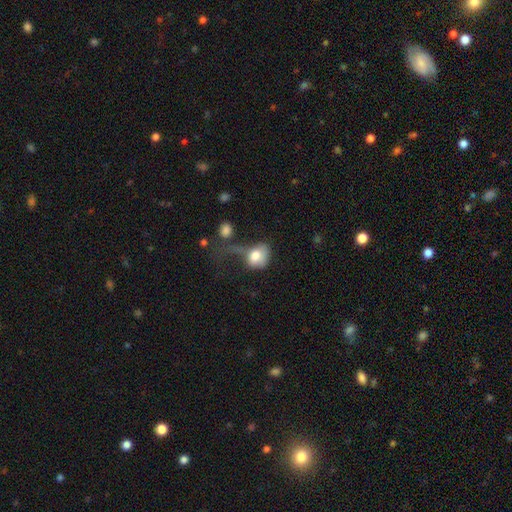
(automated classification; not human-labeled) Smooth or featured?
  - smooth: 74% *
  - featured or disk: 18%
  - star or artifact: 8%
How rounded?
  - in between: 55% *
  - round: 43%
  - cigar-shaped: 1%
Merging?
  - major disturbance: 54% *
  - minor disturbance: 17%
  - none: 16%
  - merger: 13%